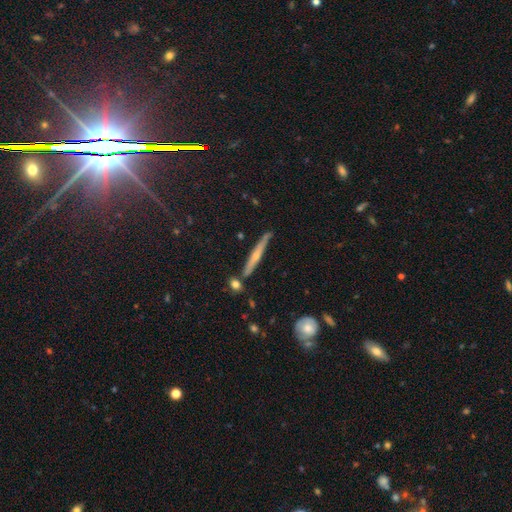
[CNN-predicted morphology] Smooth or featured? Predicted: featured or disk (p=0.63). Edge-on disk? Predicted: yes (p=0.96). Edge-on bulge? Predicted: rounded (p=0.66). Merging? Predicted: none (p=0.80).